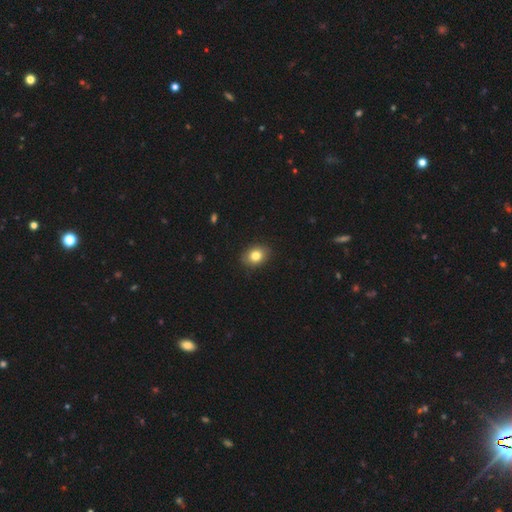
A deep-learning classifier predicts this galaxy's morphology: This appears to be a smooth galaxy with no disk features (82%) that is in between round and cigar-shaped (56%). Merging: none (89%).